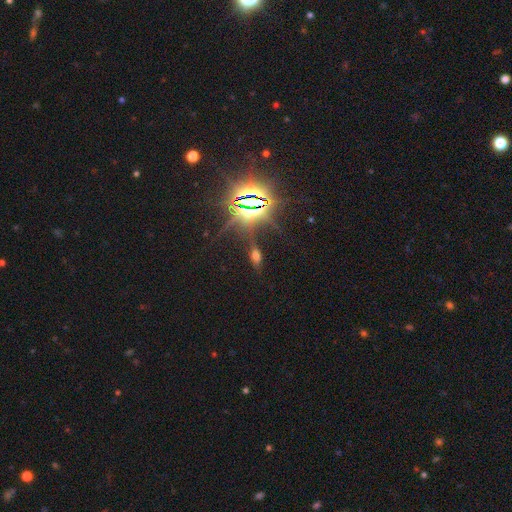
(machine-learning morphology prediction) A star or artifact, not a galaxy (48%).

Vote fractions:
- Smooth or featured? star or artifact: 48% / smooth: 37% / featured or disk: 14%